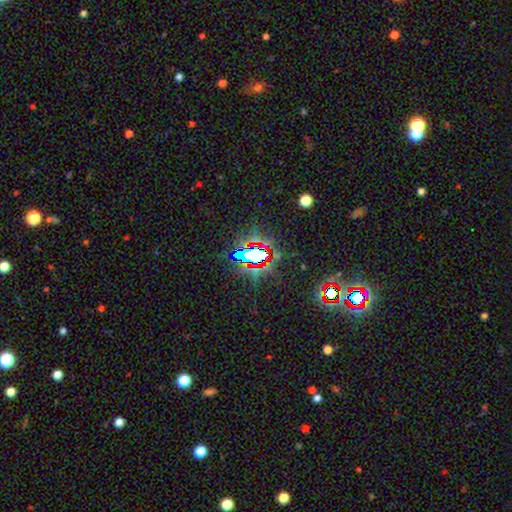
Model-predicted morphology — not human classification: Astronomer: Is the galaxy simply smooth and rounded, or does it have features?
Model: star or artifact — 75%.